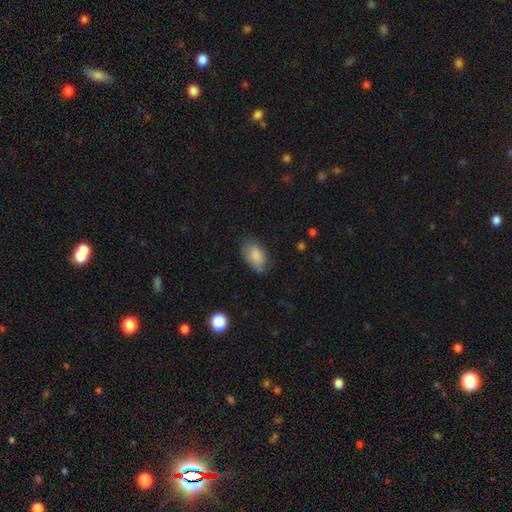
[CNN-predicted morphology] This is clearly a smooth galaxy (84%). How rounded: clearly in between (92%). Merging: likely none (69%).